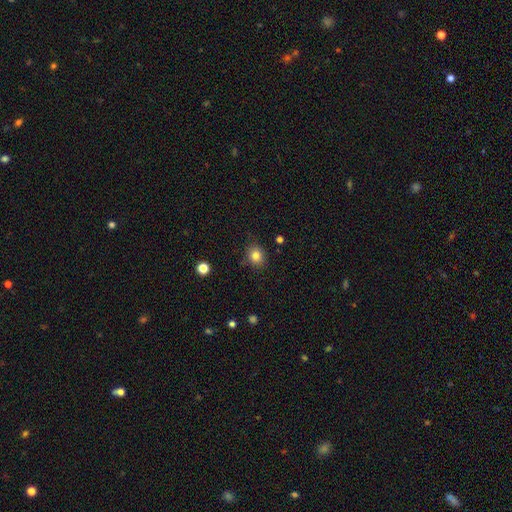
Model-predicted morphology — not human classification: Q: Smooth or featured?
A: smooth (81%); runner-up: star or artifact (12%)
Q: How rounded?
A: round (71%); runner-up: in between (28%)
Q: Merging?
A: none (85%); runner-up: minor disturbance (11%)